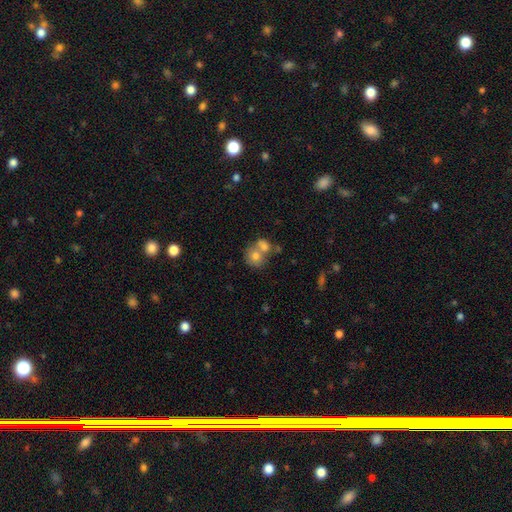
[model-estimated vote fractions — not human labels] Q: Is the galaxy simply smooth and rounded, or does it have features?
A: smooth — 72%.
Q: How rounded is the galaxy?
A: round — 72%.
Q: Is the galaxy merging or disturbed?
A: merger — 59%.